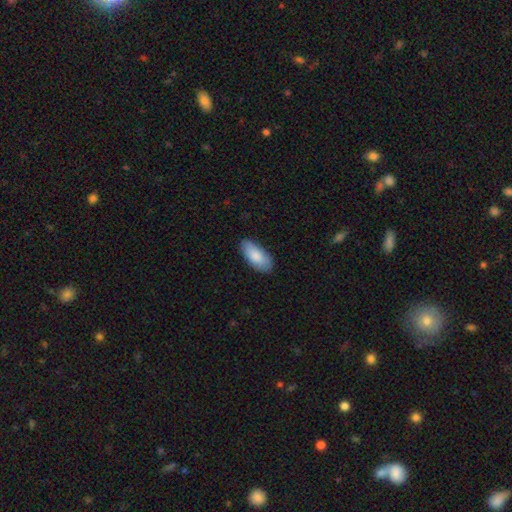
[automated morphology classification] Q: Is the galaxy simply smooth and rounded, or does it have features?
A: smooth — 84%.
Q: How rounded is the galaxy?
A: in between — 89%.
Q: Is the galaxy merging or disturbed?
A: none — 83%.